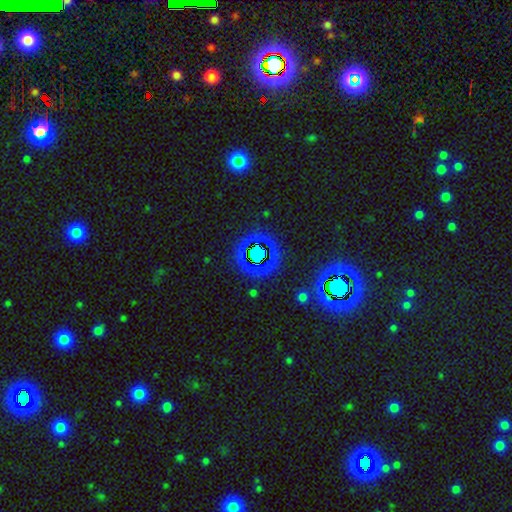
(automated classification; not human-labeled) smooth_or_featured: star or artifact (p=0.68) [alt: smooth p=0.22]